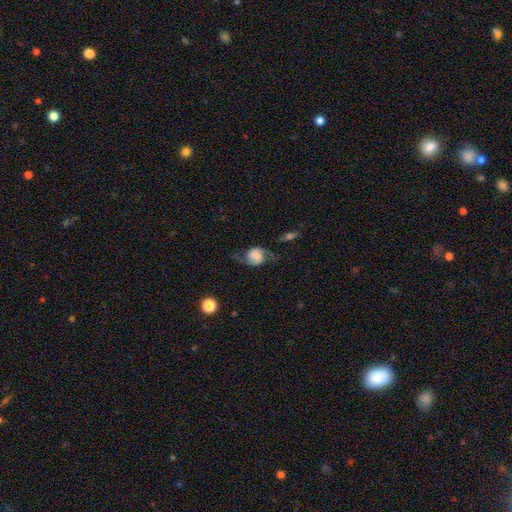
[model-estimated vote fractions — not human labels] smooth_or_featured: featured or disk (p=0.67) [alt: smooth p=0.24]
disk_edge_on: no (p=0.97) [alt: yes p=0.03]
bar: no (p=0.68) [alt: weak p=0.25]
has_spiral_arms: yes (p=0.93) [alt: no p=0.07]
spiral_winding: loose (p=0.66) [alt: medium p=0.26]
spiral_arm_count: 2 (p=0.92) [alt: 1 p=0.02]
bulge_size: none (p=0.30) [alt: large p=0.23]
merging: none (p=0.60) [alt: minor disturbance p=0.21]